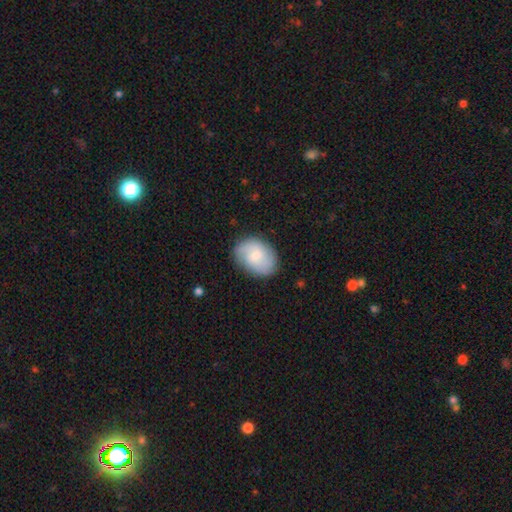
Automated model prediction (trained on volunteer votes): Morphology: type=smooth (51%); roundness=in between (71%); merging=none (81%).